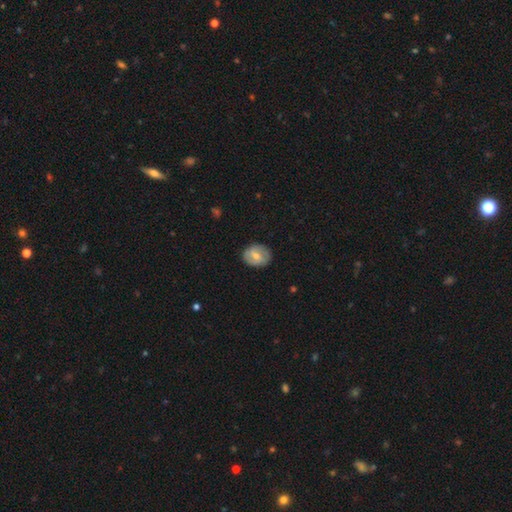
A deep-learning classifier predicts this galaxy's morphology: Overall: smooth (49%; featured or disk 44%). Merging: none (81%).